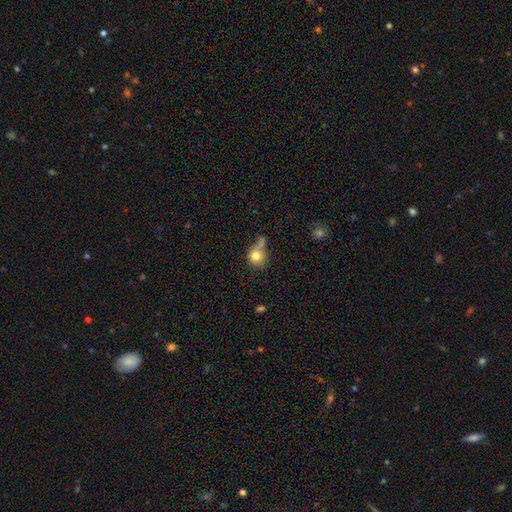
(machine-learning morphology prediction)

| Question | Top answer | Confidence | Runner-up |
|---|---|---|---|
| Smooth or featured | smooth | 77% | featured or disk (13%) |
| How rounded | round | 79% | in between (19%) |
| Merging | none | 37% | merger (24%) |